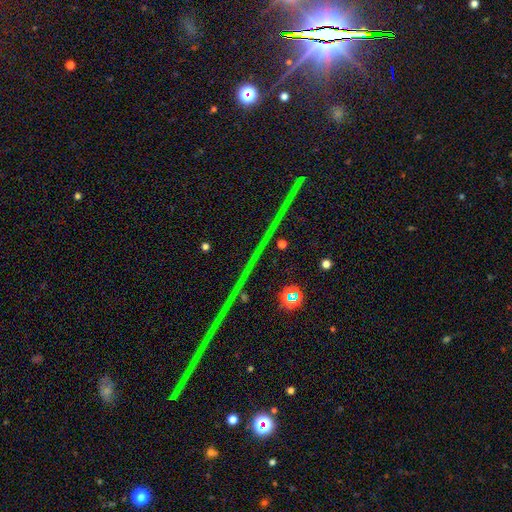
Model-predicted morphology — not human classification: star or artifact 83%, featured or disk 10%, smooth 7%.